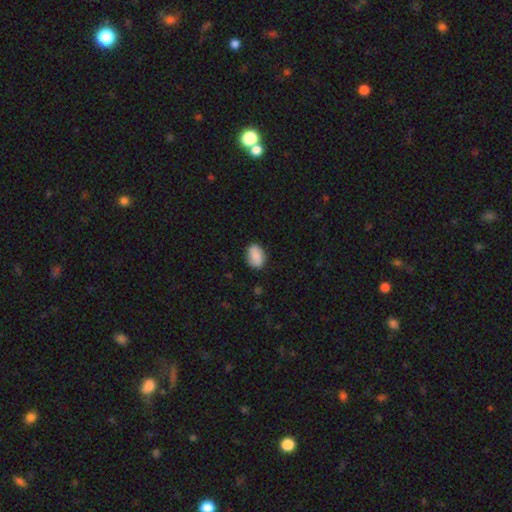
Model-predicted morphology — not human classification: smooth_or_featured: smooth (p=0.83) [alt: featured or disk p=0.10]
how_rounded: in between (p=0.82) [alt: round p=0.16]
merging: none (p=0.80) [alt: minor disturbance p=0.15]